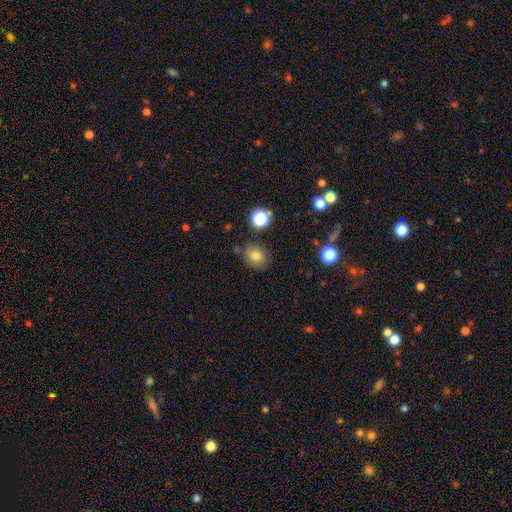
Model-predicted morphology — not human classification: A smooth galaxy with no disk features (77%) that is round (68%).

Vote fractions:
- Smooth or featured? smooth: 77% / star or artifact: 14% / featured or disk: 9%
- How rounded? round: 68% / in between: 31% / cigar-shaped: 1%
- Merging? none: 77% / minor disturbance: 14% / merger: 5% / major disturbance: 4%